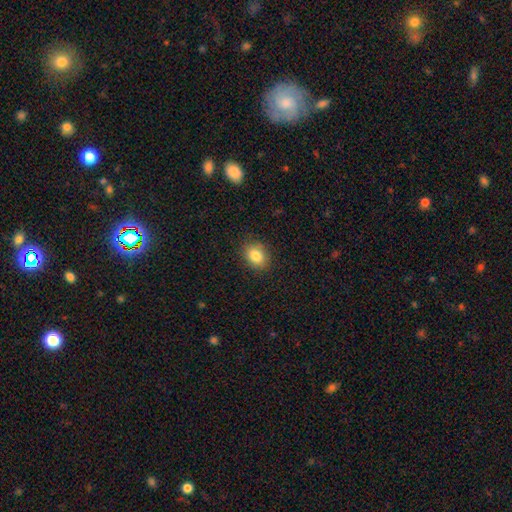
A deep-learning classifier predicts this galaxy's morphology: This appears to be a smooth galaxy with no disk features (84%) that is in between round and cigar-shaped (59%). Merging: none (87%).